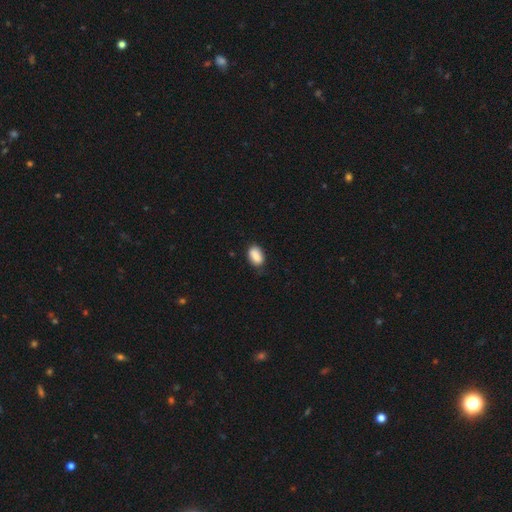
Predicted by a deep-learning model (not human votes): Q: Smooth or featured?
A: smooth (88%); runner-up: star or artifact (7%)
Q: How rounded?
A: in between (90%); runner-up: round (8%)
Q: Merging?
A: none (77%); runner-up: minor disturbance (18%)